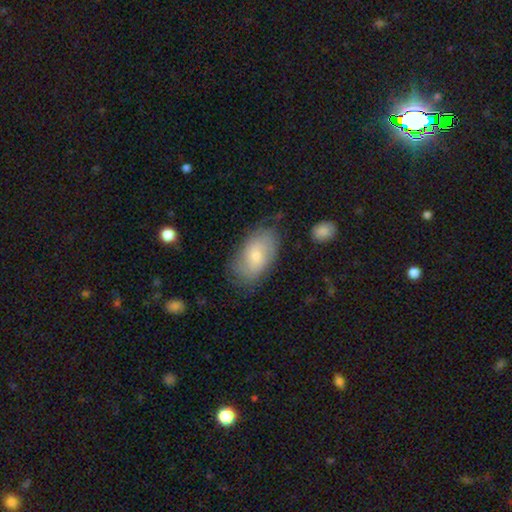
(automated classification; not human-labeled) Smooth or featured: smooth — 58% (featured or disk — 35%)
How rounded: in between — 92% (round — 6%)
Merging: none — 73% (minor disturbance — 19%)